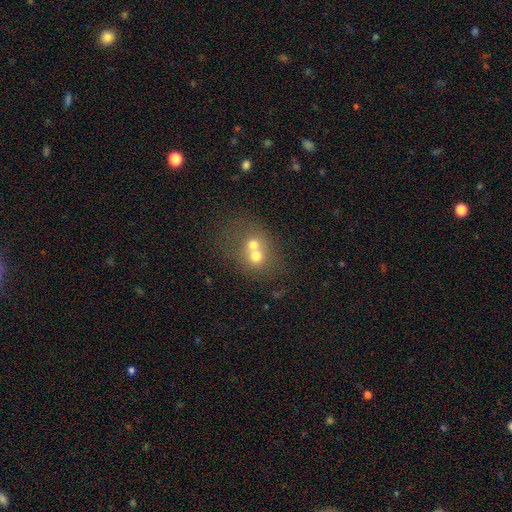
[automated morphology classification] smooth_or_featured: smooth (p=0.62) [alt: featured or disk p=0.24]
how_rounded: round (p=0.70) [alt: in between p=0.29]
merging: merger (p=0.65) [alt: none p=0.26]